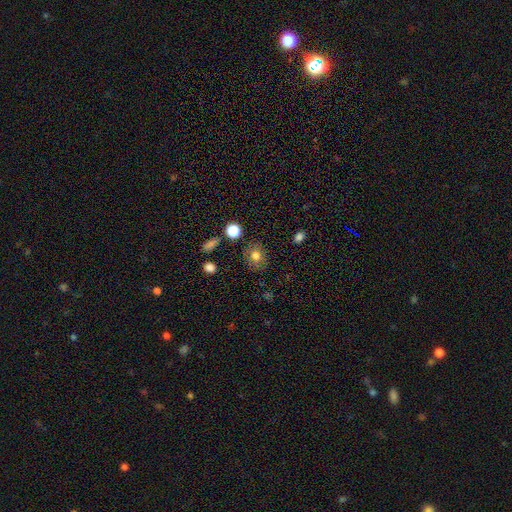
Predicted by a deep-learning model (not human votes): Smooth or featured? Predicted: smooth (p=0.75). How rounded? Predicted: round (p=0.65). Merging? Predicted: none (p=0.82).